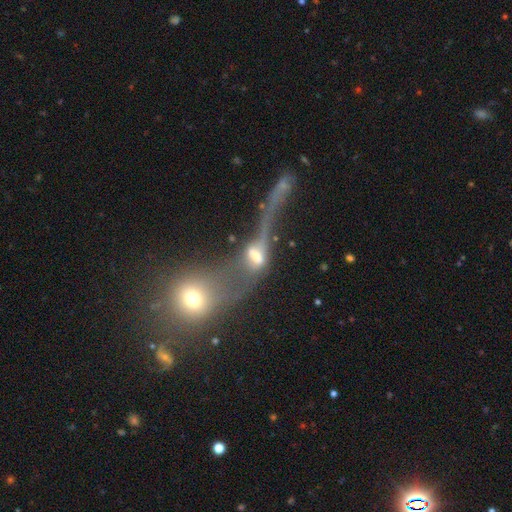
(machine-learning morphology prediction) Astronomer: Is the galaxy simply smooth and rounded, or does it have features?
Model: featured or disk — 54% (runner-up: smooth, 32%).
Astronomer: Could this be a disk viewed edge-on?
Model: no — 54% (runner-up: yes, 46%).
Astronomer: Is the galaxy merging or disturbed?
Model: merger — 55%.